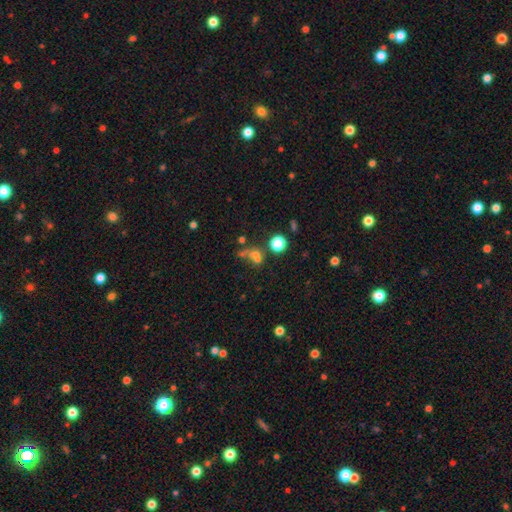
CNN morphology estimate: smooth_or_featured: smooth (p=0.54) [alt: star or artifact p=0.28]
how_rounded: round (p=0.55) [alt: in between p=0.40]
merging: merger (p=0.33) [alt: none p=0.32]